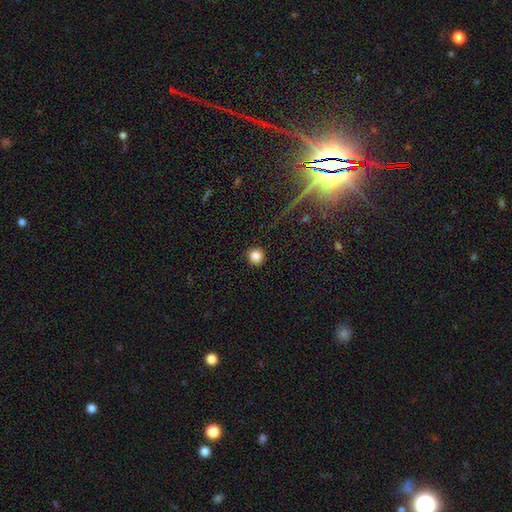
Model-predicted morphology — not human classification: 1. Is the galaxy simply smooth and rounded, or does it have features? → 84% smooth, 11% star or artifact, 5% featured or disk.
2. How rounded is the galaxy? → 94% round, 5% in between, 1% cigar-shaped.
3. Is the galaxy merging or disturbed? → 91% none, 6% minor disturbance, 2% major disturbance, 1% merger.